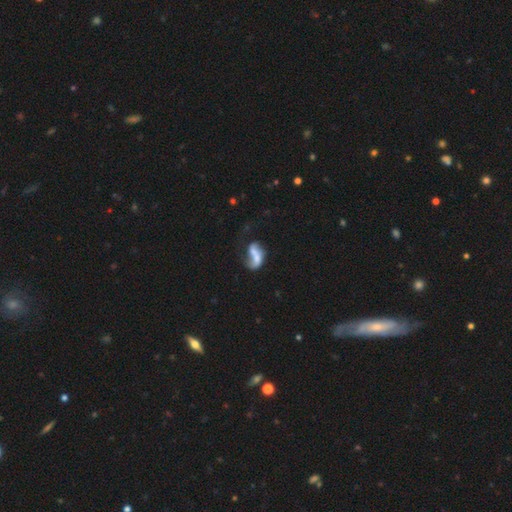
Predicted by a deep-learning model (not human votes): This is possibly a featured or disk galaxy (50%). It is clearly not viewed edge-on (95%). Merging: marginally merger (29%).